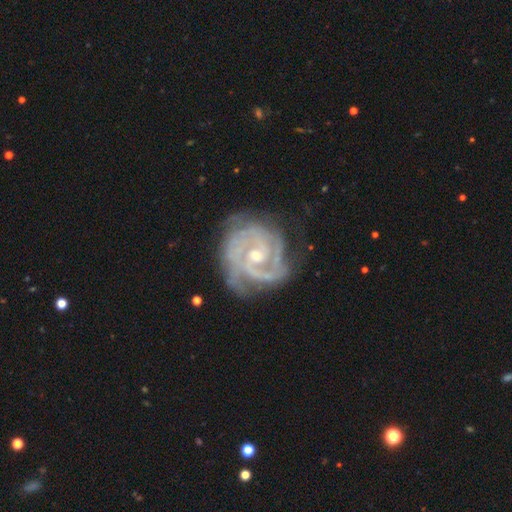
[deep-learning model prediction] Smooth or featured: featured or disk — 91% (star or artifact — 5%)
Edge-on disk: no — 98% (yes — 2%)
Bar: no — 61% (weak — 31%)
Spiral arms: yes — 98% (no — 2%)
Spiral winding: tight — 69% (medium — 27%)
Spiral arm count: 2 — 36% (3 — 29%)
Bulge size: moderate — 48% (tied with small — 48%)
Merging: none — 67% (minor disturbance — 22%)